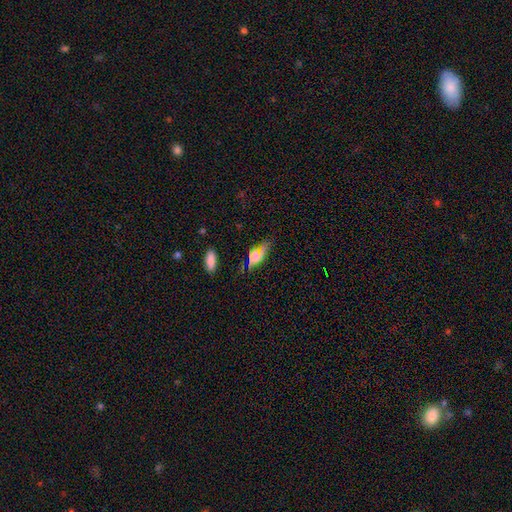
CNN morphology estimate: This is possibly a smooth galaxy (58%). How rounded: likely in between (74%). Merging: likely none (73%).